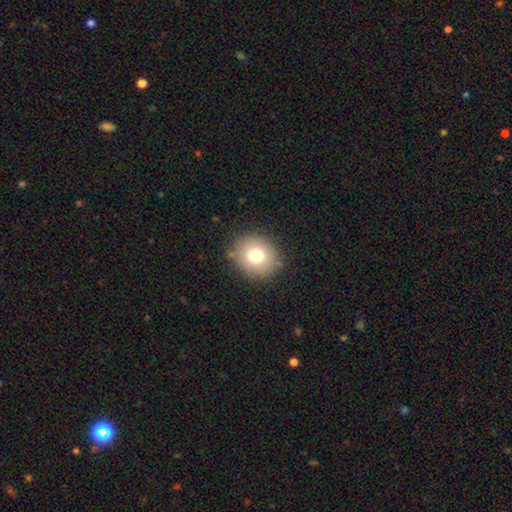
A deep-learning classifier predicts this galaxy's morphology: Smooth or featured? smooth (75%)
How rounded? round (78%)
Merging? none (86%)